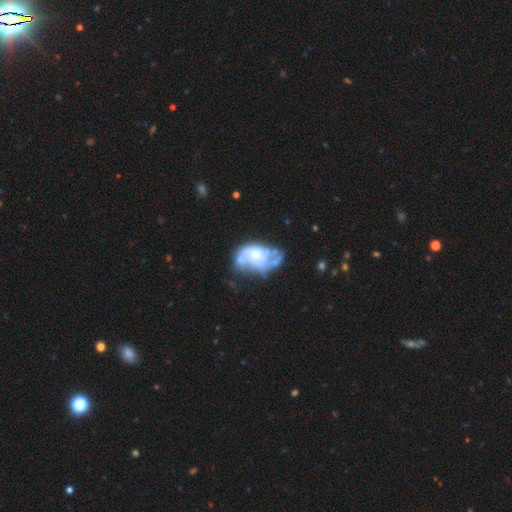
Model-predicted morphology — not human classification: smooth_or_featured: featured or disk (p=0.70) [alt: smooth p=0.23]
disk_edge_on: no (p=0.97) [alt: yes p=0.03]
bar: no (p=0.78) [alt: weak p=0.18]
has_spiral_arms: yes (p=0.59) [alt: no p=0.41]
bulge_size: moderate (p=0.41) [alt: small p=0.29]
merging: none (p=0.36) [alt: major disturbance p=0.26]